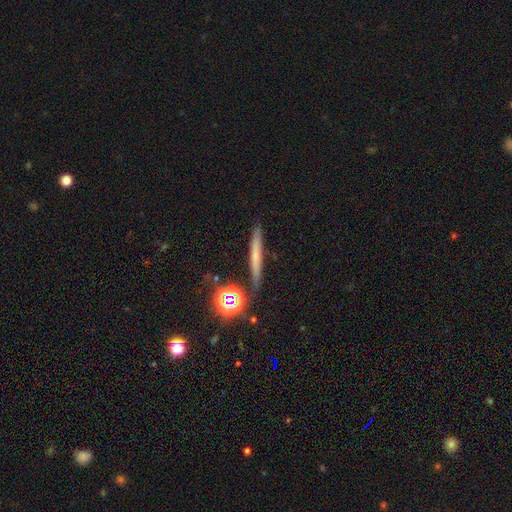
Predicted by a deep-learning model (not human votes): Smooth or featured? smooth (51%)
How rounded? cigar-shaped (90%)
Merging? none (84%)